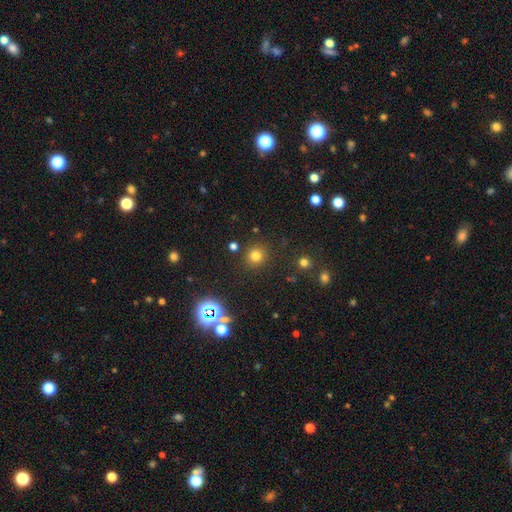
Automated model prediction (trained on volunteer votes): This is likely a smooth galaxy (75%). How rounded: clearly round (92%). Merging: clearly none (87%).